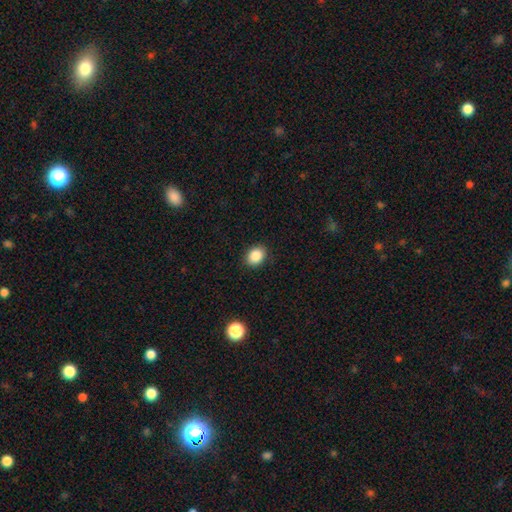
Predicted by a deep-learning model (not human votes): This appears to be a smooth galaxy with no disk features (87%) that is in between round and cigar-shaped (56%). Merging: none (89%).